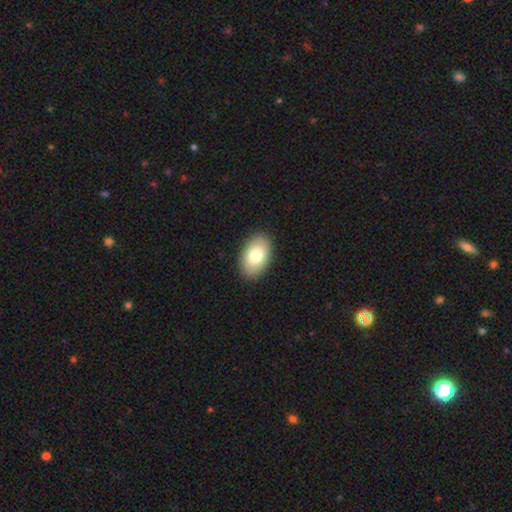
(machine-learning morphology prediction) Overall: smooth (80%). How rounded: in between (92%). Merging: none (90%).